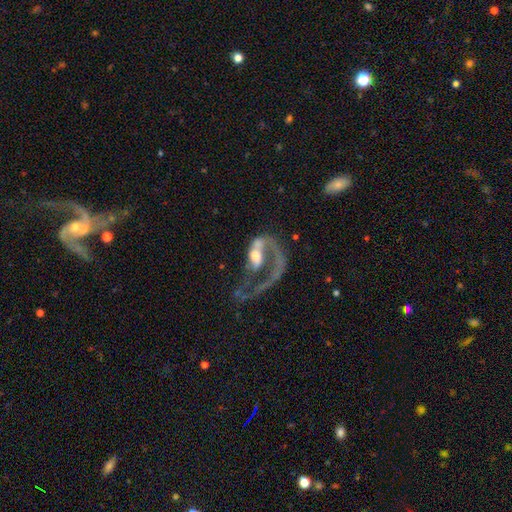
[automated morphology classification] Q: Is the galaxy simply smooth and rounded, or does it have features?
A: featured or disk — 75%.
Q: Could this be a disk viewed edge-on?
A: no — 96%.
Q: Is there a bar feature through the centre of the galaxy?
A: no — 53%.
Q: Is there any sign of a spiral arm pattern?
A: yes — 76%.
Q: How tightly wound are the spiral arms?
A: loose — 57%.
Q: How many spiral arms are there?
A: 1 — 80%.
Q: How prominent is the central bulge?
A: moderate — 53%.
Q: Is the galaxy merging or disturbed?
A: major disturbance — 58%.